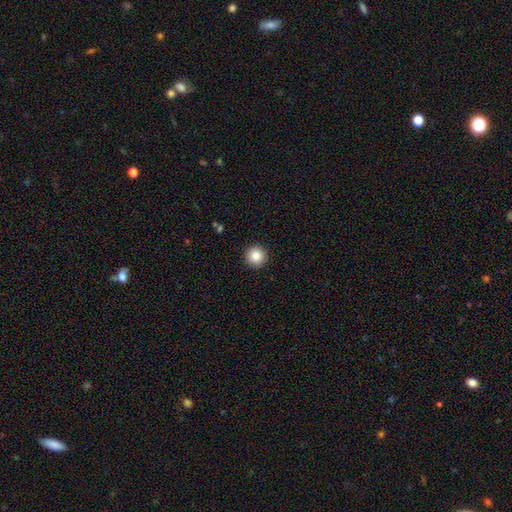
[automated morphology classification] Smooth or featured: smooth — 84% (star or artifact — 10%)
How rounded: round — 96% (in between — 3%)
Merging: none — 93% (minor disturbance — 4%)